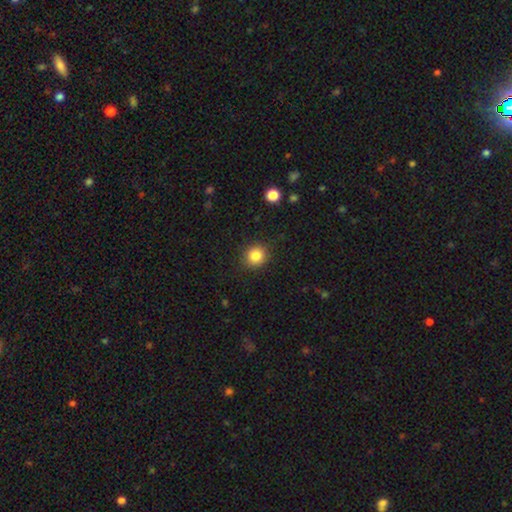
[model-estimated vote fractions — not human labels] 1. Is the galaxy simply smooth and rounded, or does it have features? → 83% smooth, 11% star or artifact, 6% featured or disk.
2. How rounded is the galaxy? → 83% round, 16% in between, 1% cigar-shaped.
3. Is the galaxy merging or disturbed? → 89% none, 8% minor disturbance, 2% major disturbance, 1% merger.